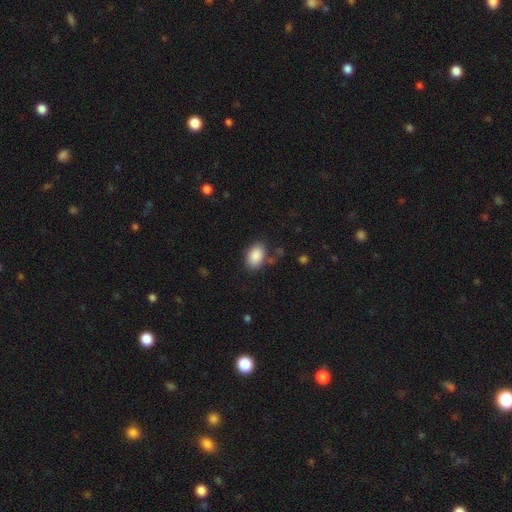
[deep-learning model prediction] A smooth galaxy with no disk features (89%) that is in between round and cigar-shaped (88%). Merging: none (79%).